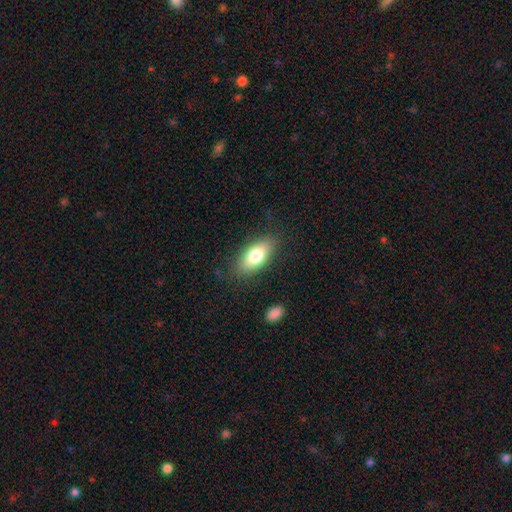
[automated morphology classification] Overall: smooth (78%). How rounded: in between (86%). Merging: none (82%).